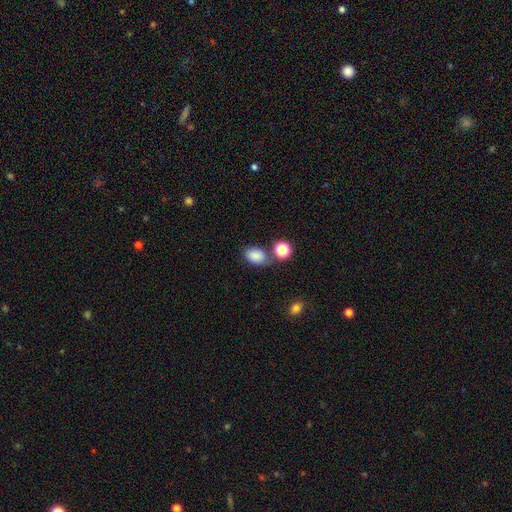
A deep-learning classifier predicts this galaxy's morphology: Overall: smooth (85%). How rounded: in between (81%). Merging: none (66%).